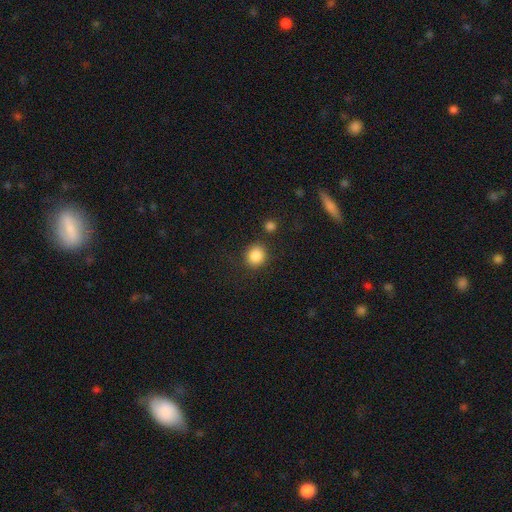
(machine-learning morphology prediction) Smooth or featured?
  - smooth: 87% *
  - star or artifact: 9%
  - featured or disk: 4%
How rounded?
  - round: 84% *
  - in between: 15%
  - cigar-shaped: 1%
Merging?
  - none: 82% *
  - minor disturbance: 10%
  - merger: 5%
  - major disturbance: 4%